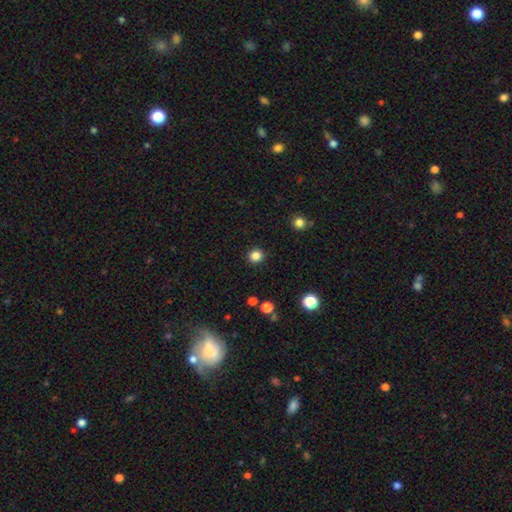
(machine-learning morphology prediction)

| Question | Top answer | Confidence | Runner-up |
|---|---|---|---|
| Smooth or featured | smooth | 84% | star or artifact (12%) |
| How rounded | round | 92% | in between (7%) |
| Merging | none | 92% | minor disturbance (5%) |